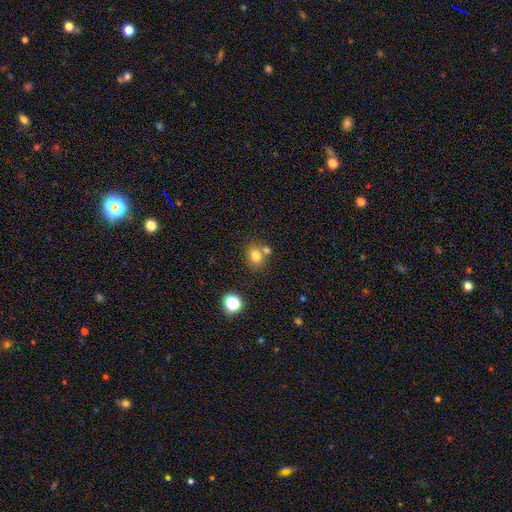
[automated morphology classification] smooth_or_featured: smooth (p=0.78) [alt: star or artifact p=0.13]
how_rounded: round (p=0.69) [alt: in between p=0.30]
merging: none (p=0.62) [alt: merger p=0.24]